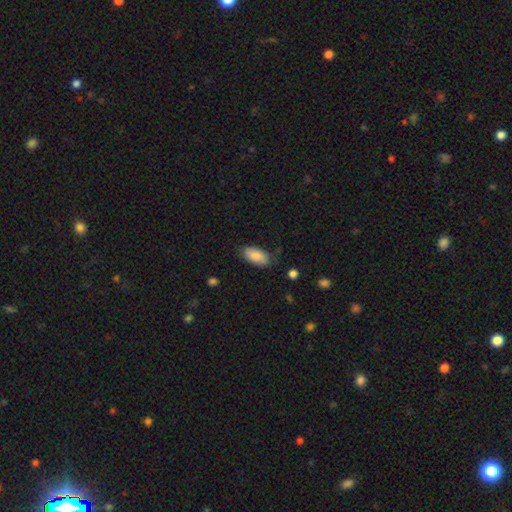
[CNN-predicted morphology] A smooth galaxy with no disk features (86%) that is in between round and cigar-shaped (93%). Merging: none (78%).